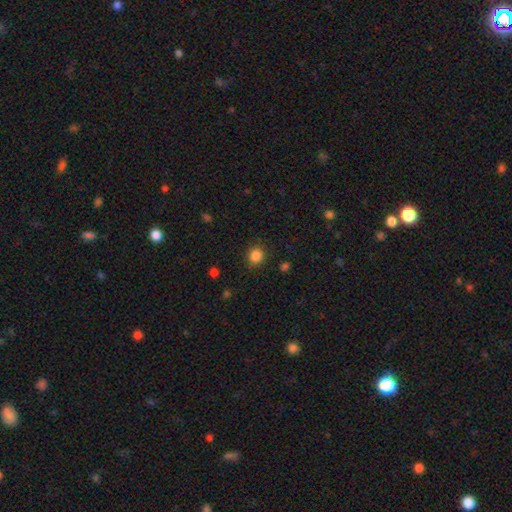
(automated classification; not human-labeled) A smooth galaxy with no disk features (85%) that is round (85%).

Vote fractions:
- Smooth or featured? smooth: 85% / star or artifact: 11% / featured or disk: 3%
- How rounded? round: 85% / in between: 14% / cigar-shaped: 1%
- Merging? none: 88% / minor disturbance: 8% / major disturbance: 3% / merger: 1%